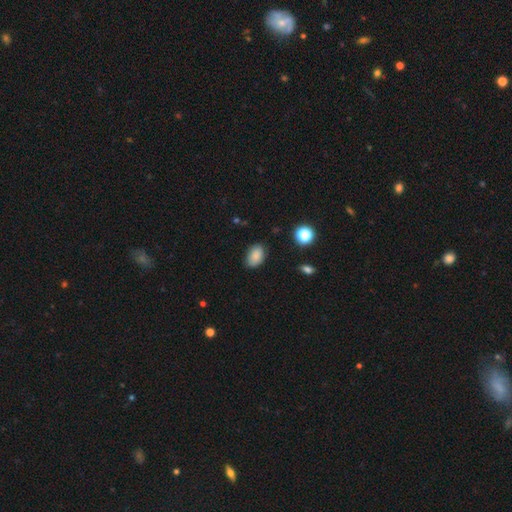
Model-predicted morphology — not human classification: Smooth or featured? smooth (86%)
How rounded? in between (89%)
Merging? none (81%)